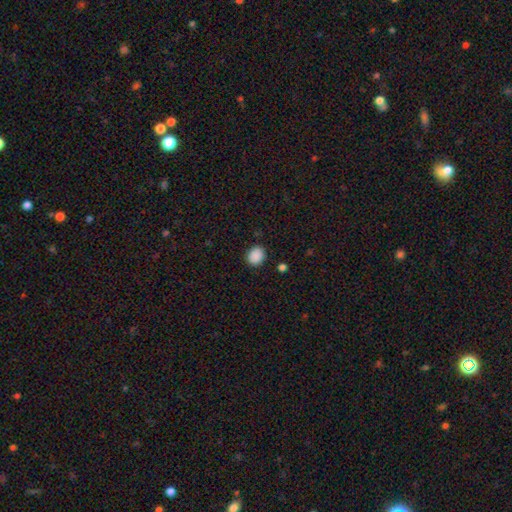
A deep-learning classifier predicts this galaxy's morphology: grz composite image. It shows a smooth galaxy with no disk features (89%) that is round (62%). Merging: none (87%).